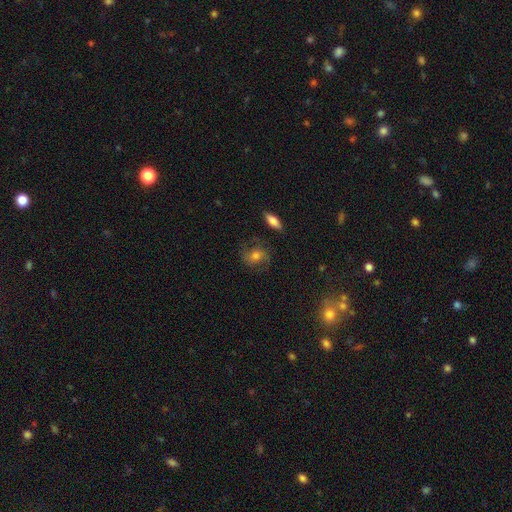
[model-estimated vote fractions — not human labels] Overall: featured or disk (45%; smooth 44%). Merging: none (73%).